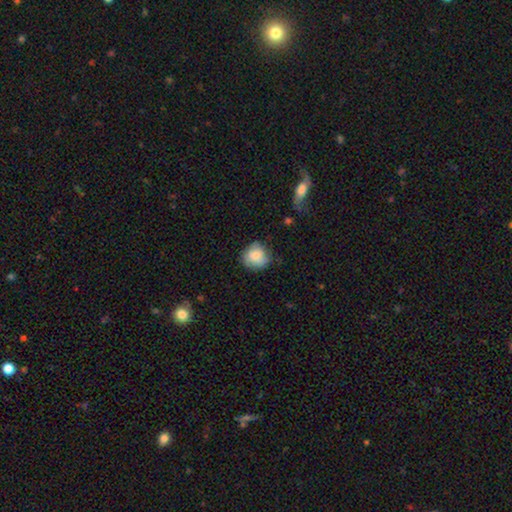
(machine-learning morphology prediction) This is likely a smooth galaxy (78%). How rounded: clearly round (82%). Merging: likely none (67%).